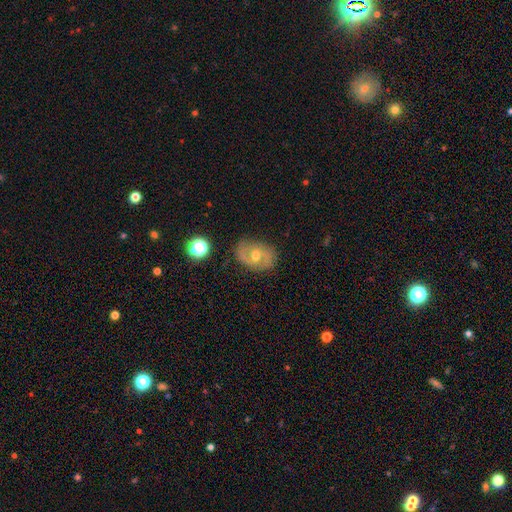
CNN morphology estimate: featured or disk 61%, smooth 29%, star or artifact 10%. Down the decision tree: edge-on disk — no (95%); bar — no (47%); spiral arms — yes (74%); bulge size — moderate (68%); merging — none (76%).